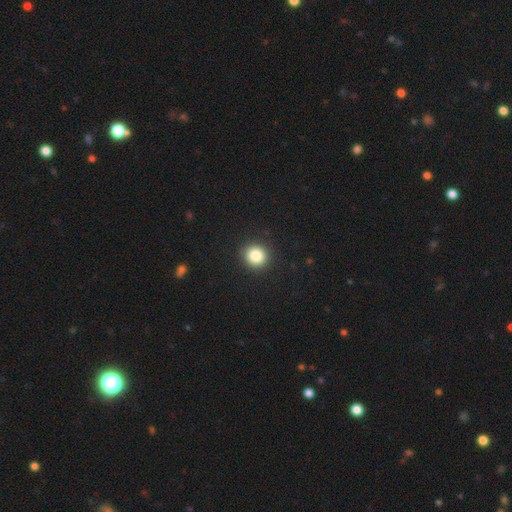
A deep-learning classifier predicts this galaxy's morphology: smooth 85%, star or artifact 10%, featured or disk 5%. Down the decision tree: how rounded — round (91%); merging — none (91%).